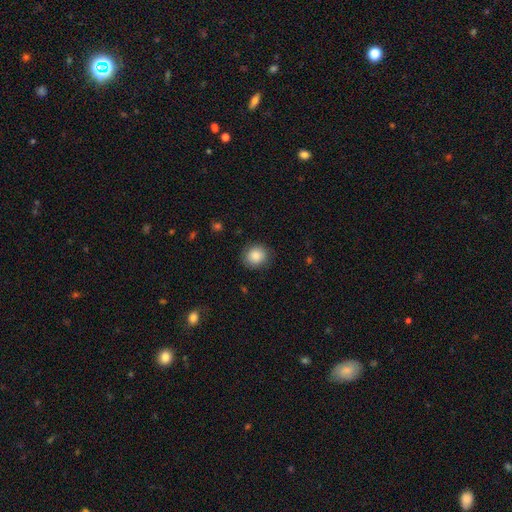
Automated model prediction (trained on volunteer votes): Smooth or featured? Predicted: smooth (p=0.86). How rounded? Predicted: round (p=0.83). Merging? Predicted: none (p=0.86).